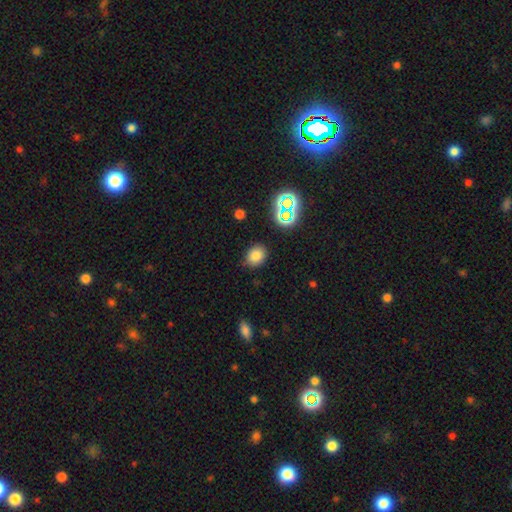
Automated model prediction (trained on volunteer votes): Q: Smooth or featured?
A: smooth (76%); runner-up: star or artifact (17%)
Q: How rounded?
A: round (51%); runner-up: in between (48%)
Q: Merging?
A: none (82%); runner-up: minor disturbance (13%)